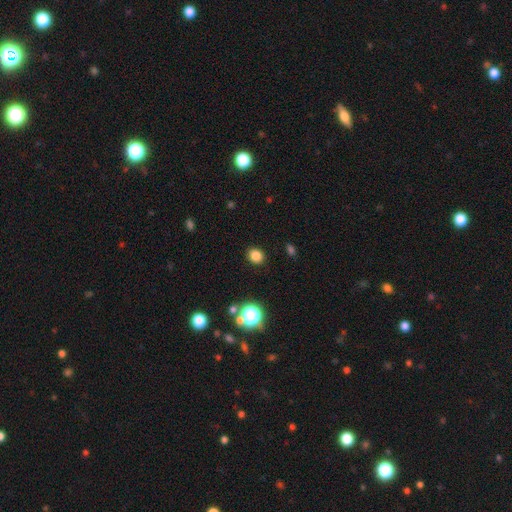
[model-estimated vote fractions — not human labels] A smooth galaxy with no disk features (82%) that is round (70%).

Vote fractions:
- Smooth or featured? smooth: 82% / star or artifact: 14% / featured or disk: 4%
- How rounded? round: 70% / in between: 29% / cigar-shaped: 1%
- Merging? none: 90% / minor disturbance: 6% / major disturbance: 2% / merger: 1%